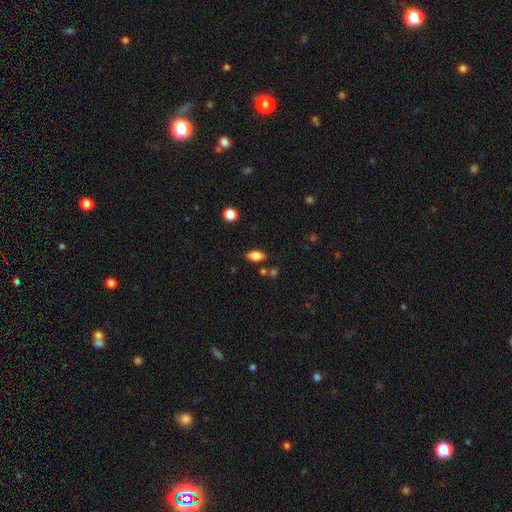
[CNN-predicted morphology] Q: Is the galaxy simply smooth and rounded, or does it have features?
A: smooth — 80%.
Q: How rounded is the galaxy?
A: in between — 89%.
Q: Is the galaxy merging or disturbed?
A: none — 81%.